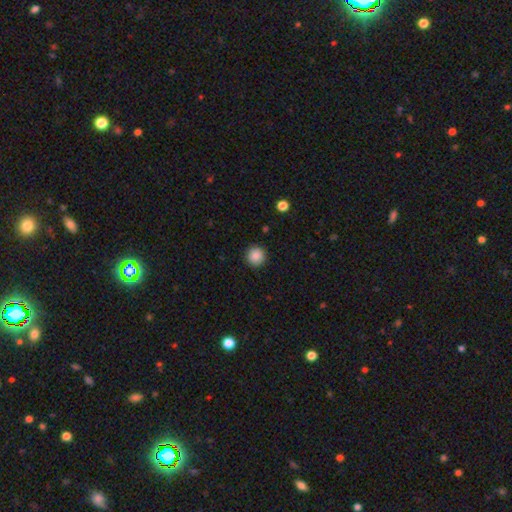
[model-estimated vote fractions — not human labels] Smooth or featured?
  - smooth: 86% *
  - star or artifact: 9%
  - featured or disk: 4%
How rounded?
  - round: 95% *
  - in between: 4%
  - cigar-shaped: 1%
Merging?
  - none: 91% *
  - minor disturbance: 6%
  - major disturbance: 2%
  - merger: 1%